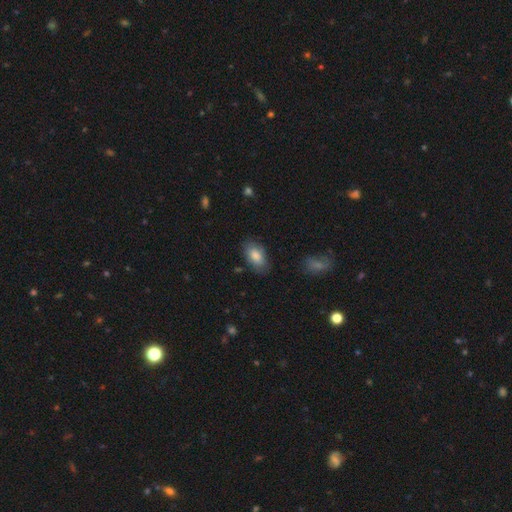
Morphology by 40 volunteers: Smooth or featured? smooth (82%)
How rounded? in between (88%)
Merging? none (79%)